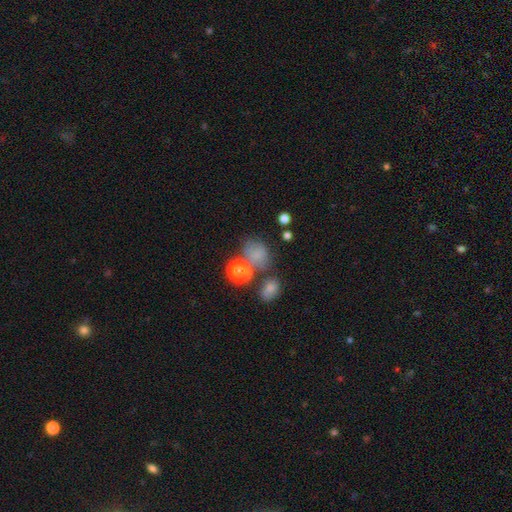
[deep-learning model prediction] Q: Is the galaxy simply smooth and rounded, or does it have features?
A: smooth — 69%.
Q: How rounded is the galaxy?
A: round — 60%.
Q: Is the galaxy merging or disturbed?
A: none — 48%.